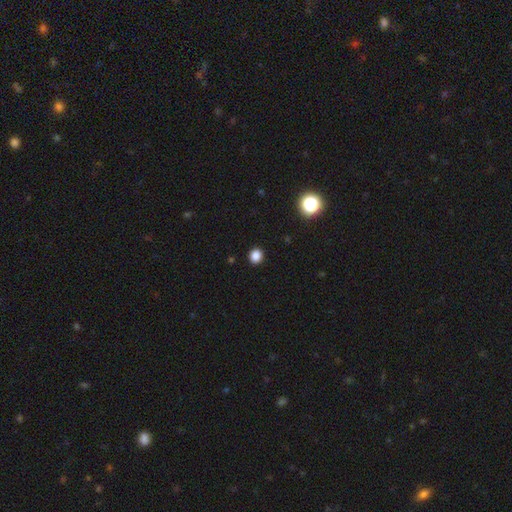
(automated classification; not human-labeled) Smooth or featured: smooth — 85% (star or artifact — 12%)
How rounded: round — 83% (in between — 16%)
Merging: none — 92% (minor disturbance — 5%)